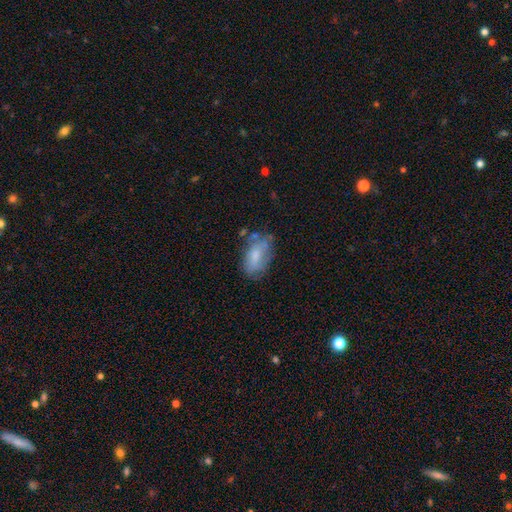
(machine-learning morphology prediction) Smooth or featured: smooth — 67% (featured or disk — 25%)
How rounded: in between — 91% (round — 5%)
Merging: none — 54% (minor disturbance — 28%)